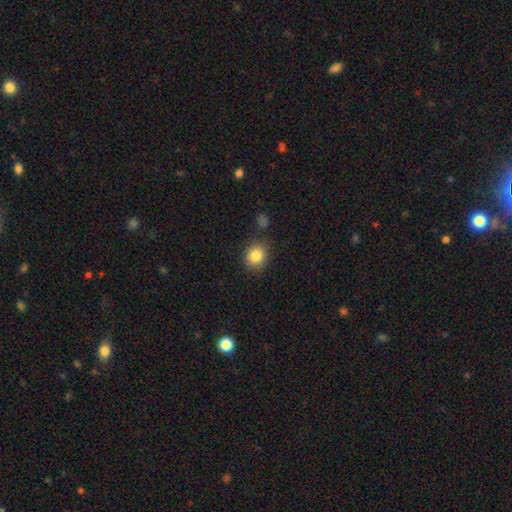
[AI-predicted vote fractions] Smooth or featured: smooth — 84% (star or artifact — 10%)
How rounded: round — 79% (in between — 20%)
Merging: none — 82% (minor disturbance — 11%)